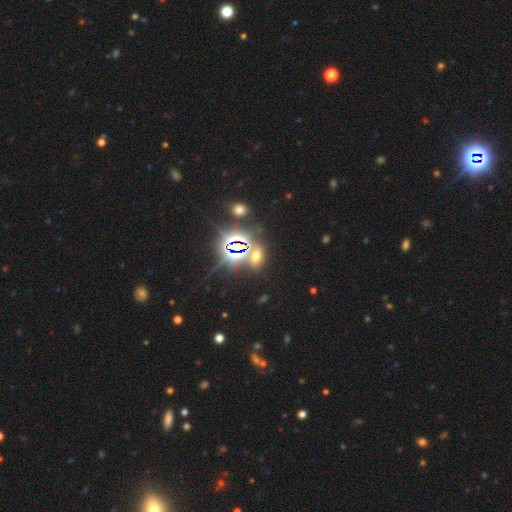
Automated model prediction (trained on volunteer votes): Smooth or featured: star or artifact — 57% (smooth — 34%)